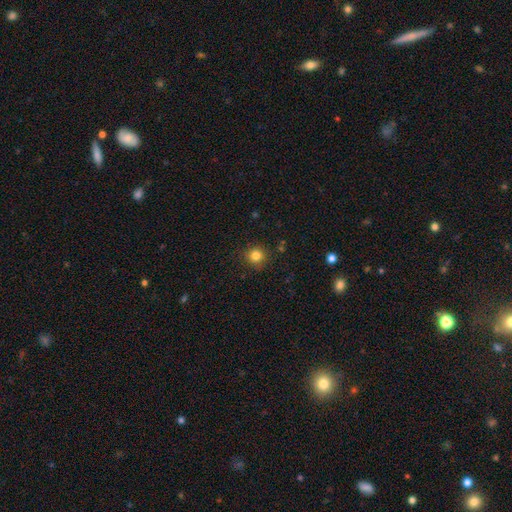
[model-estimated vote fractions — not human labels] This is clearly a smooth galaxy (82%). How rounded: clearly round (94%). Merging: clearly none (89%).